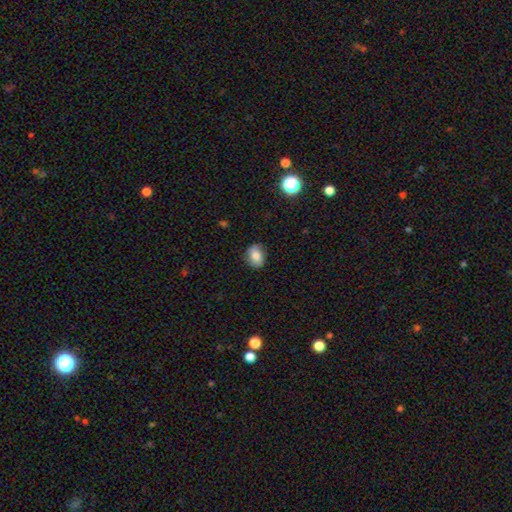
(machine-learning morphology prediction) Q: Smooth or featured?
A: smooth (79%); runner-up: featured or disk (11%)
Q: How rounded?
A: in between (58%); runner-up: round (41%)
Q: Merging?
A: none (83%); runner-up: minor disturbance (13%)